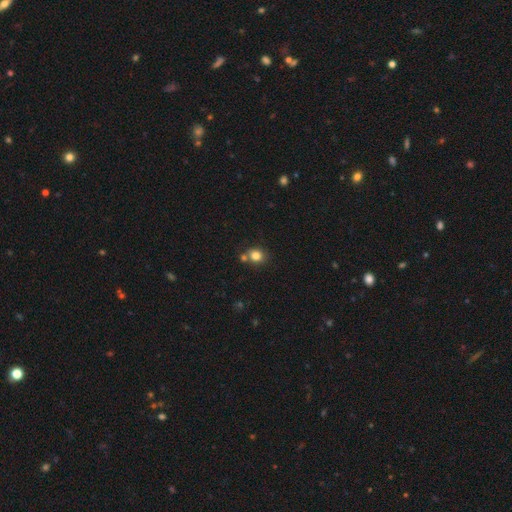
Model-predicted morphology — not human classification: smooth 81%, star or artifact 12%, featured or disk 7%. Down the decision tree: how rounded — round (75%); merging — none (65%).